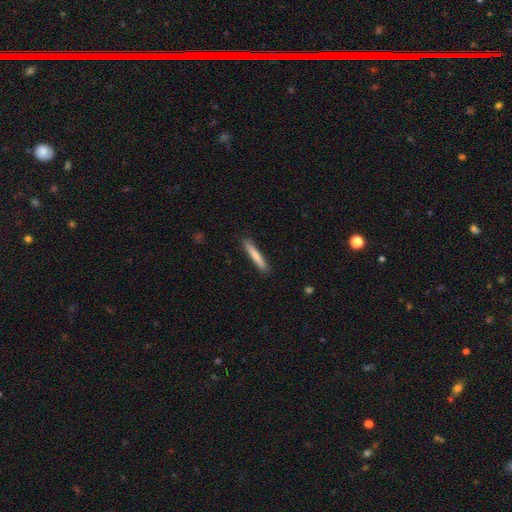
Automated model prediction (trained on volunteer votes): A smooth galaxy with no disk features (78%) that is cigar-shaped (93%).

Vote fractions:
- Smooth or featured? smooth: 78% / featured or disk: 16% / star or artifact: 5%
- How rounded? cigar-shaped: 93% / in between: 5% / round: 1%
- Merging? none: 89% / minor disturbance: 9% / major disturbance: 2% / merger: 1%